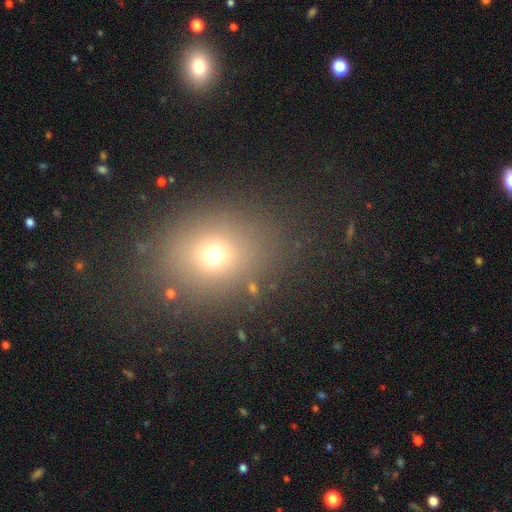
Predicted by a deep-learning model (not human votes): Q: Smooth or featured?
A: smooth (63%); runner-up: star or artifact (26%)
Q: How rounded?
A: round (53%); runner-up: in between (46%)
Q: Merging?
A: none (83%); runner-up: minor disturbance (9%)